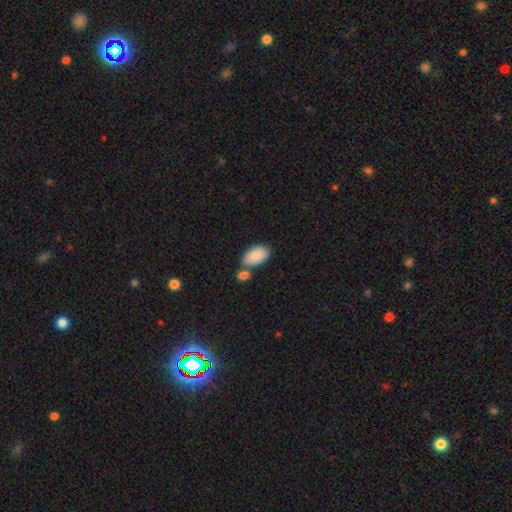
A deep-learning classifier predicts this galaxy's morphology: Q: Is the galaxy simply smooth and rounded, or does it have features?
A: smooth — 87%.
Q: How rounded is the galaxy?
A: in between — 95%.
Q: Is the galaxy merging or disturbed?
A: none — 49%.